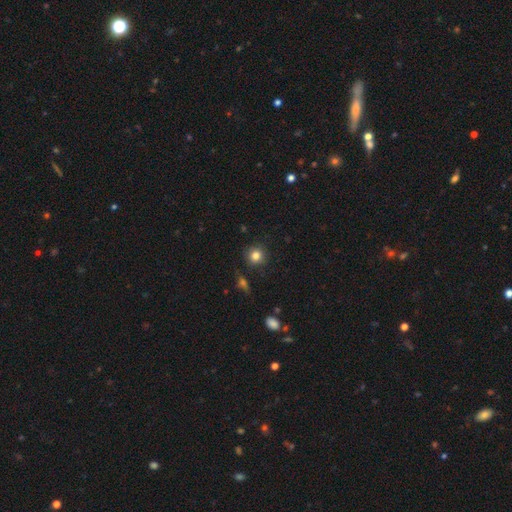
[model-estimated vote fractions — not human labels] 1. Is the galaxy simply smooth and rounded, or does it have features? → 83% smooth, 12% star or artifact, 6% featured or disk.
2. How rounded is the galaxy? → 90% round, 9% in between, 1% cigar-shaped.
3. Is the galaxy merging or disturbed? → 86% none, 9% minor disturbance, 3% major disturbance, 2% merger.